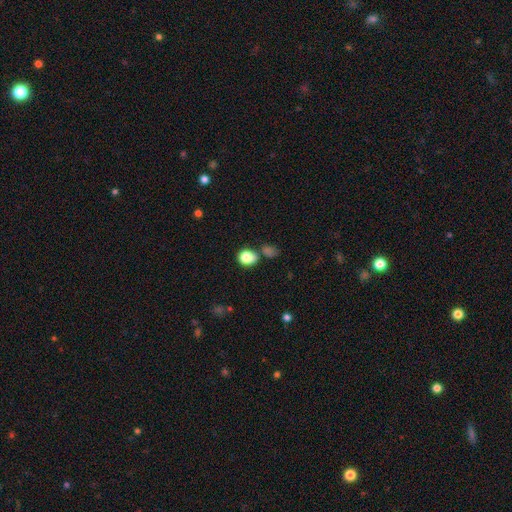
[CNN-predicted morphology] Smooth or featured? Predicted: smooth (p=0.48). Merging? Predicted: none (p=0.65).